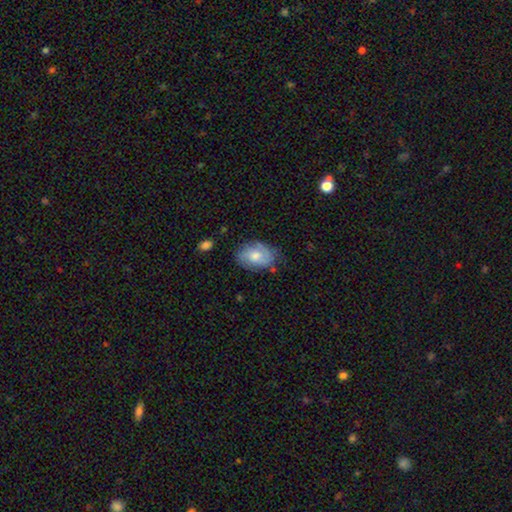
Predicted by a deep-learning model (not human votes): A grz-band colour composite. It shows a smooth galaxy with no disk features (59%) that is in between round and cigar-shaped (82%). Merging: none (69%).